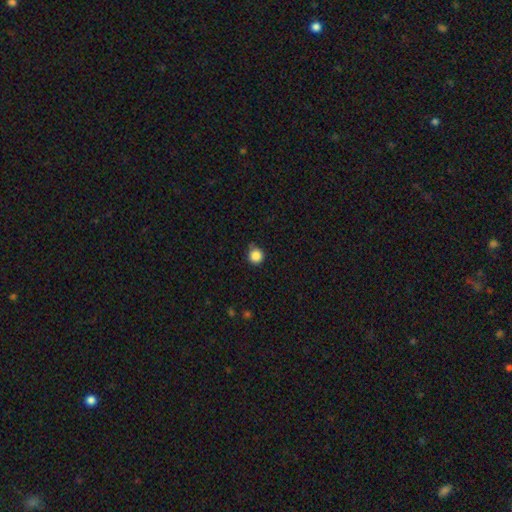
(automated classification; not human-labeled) Smooth or featured? Predicted: smooth (p=0.86). How rounded? Predicted: round (p=0.92). Merging? Predicted: none (p=0.76).